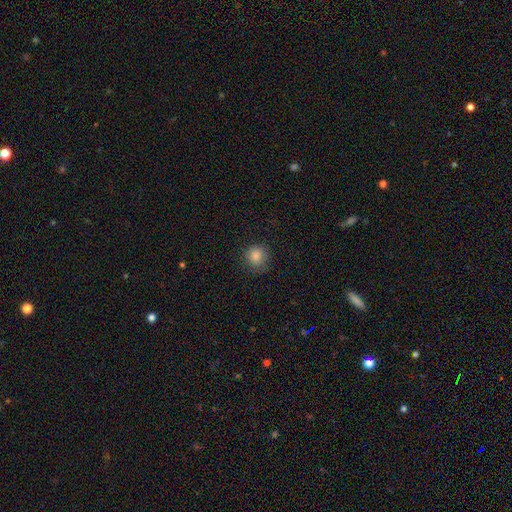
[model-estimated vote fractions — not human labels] smooth-or-featured: smooth: 83% | star or artifact: 12% | featured or disk: 5%
  how-rounded: round: 88% | in between: 11% | cigar-shaped: 1%
  merging: none: 82% | minor disturbance: 14% | major disturbance: 4% | merger: 1%